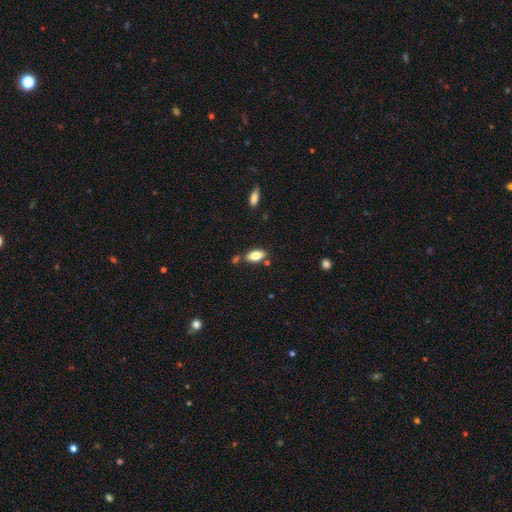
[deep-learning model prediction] This is likely a smooth galaxy (78%). How rounded: clearly in between (87%). Merging: likely none (76%).